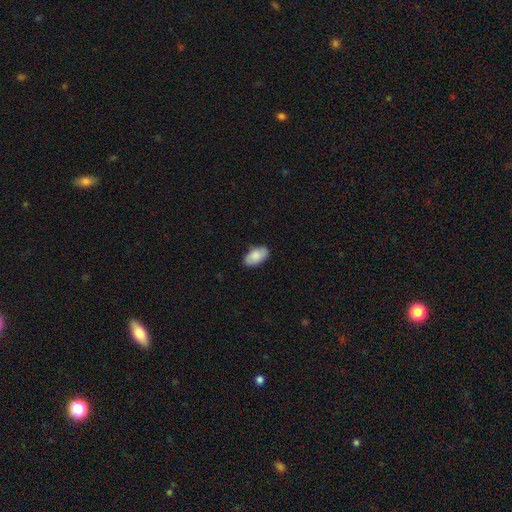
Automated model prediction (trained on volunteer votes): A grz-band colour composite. It shows a smooth galaxy with no disk features (84%) that is in between round and cigar-shaped (95%). Merging: none (85%).